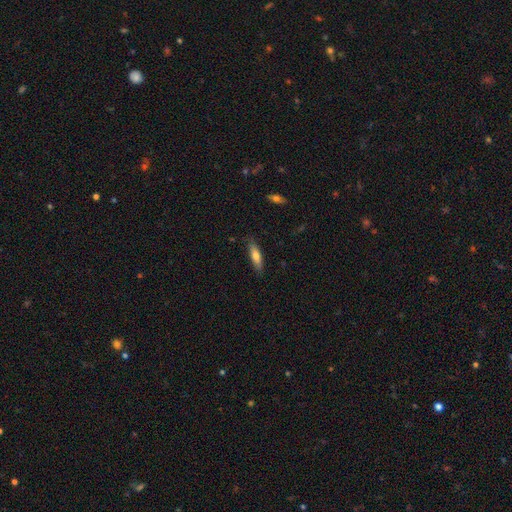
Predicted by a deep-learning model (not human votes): Smooth or featured?
  - smooth: 69% *
  - featured or disk: 24%
  - star or artifact: 6%
How rounded?
  - cigar-shaped: 66% *
  - in between: 32%
  - round: 2%
Merging?
  - none: 83% *
  - minor disturbance: 13%
  - major disturbance: 2%
  - merger: 1%